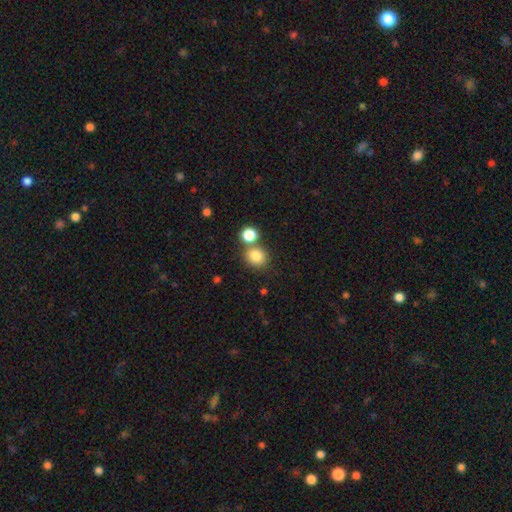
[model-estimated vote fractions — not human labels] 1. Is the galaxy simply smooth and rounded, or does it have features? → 82% smooth, 11% star or artifact, 6% featured or disk.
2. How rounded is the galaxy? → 81% round, 18% in between, 1% cigar-shaped.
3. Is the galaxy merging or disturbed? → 64% none, 24% merger, 9% minor disturbance, 3% major disturbance.